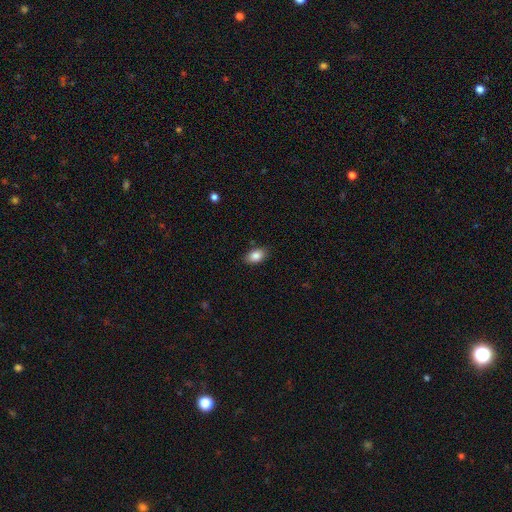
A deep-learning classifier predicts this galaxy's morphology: smooth-or-featured: smooth: 85% | star or artifact: 8% | featured or disk: 7%
  how-rounded: in between: 89% | round: 9% | cigar-shaped: 2%
  merging: none: 85% | minor disturbance: 11% | major disturbance: 2% | merger: 1%